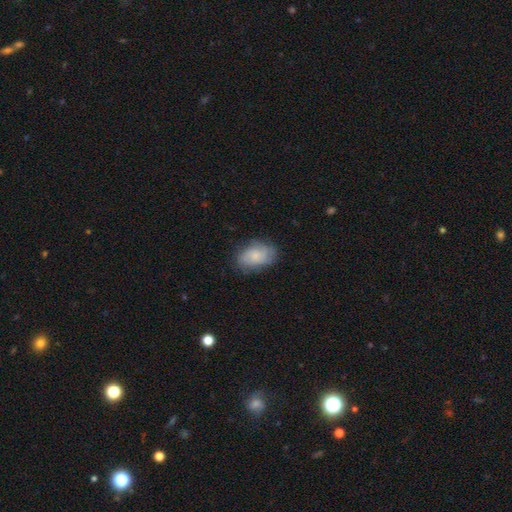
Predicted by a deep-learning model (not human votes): A smooth galaxy with no disk features (53%) that is in between round and cigar-shaped (87%). Merging: none (72%).